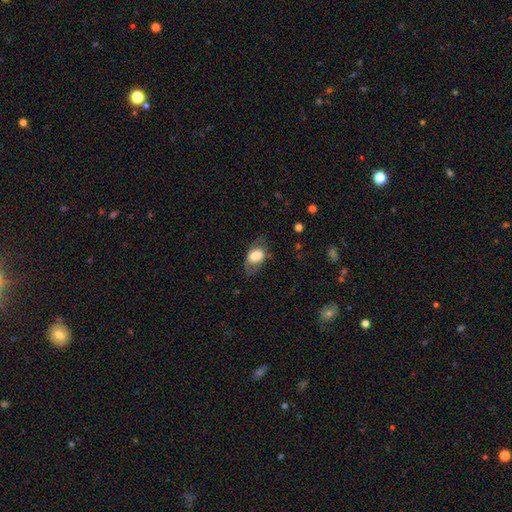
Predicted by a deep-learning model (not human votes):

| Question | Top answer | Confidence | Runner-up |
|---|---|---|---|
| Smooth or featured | smooth | 68% | featured or disk (25%) |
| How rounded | in between | 85% | round (13%) |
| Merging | none | 65% | minor disturbance (21%) |